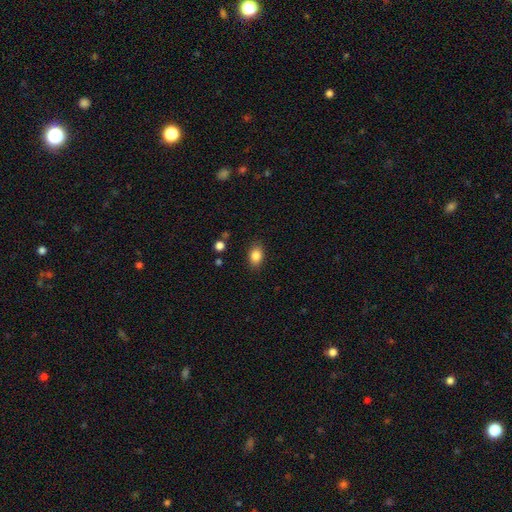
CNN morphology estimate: type=smooth (85%); roundness=in between (79%); merging=none (86%).